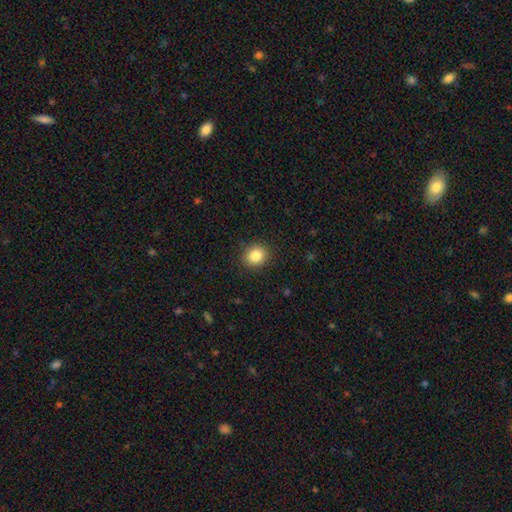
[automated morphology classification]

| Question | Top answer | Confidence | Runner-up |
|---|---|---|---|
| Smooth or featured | smooth | 85% | star or artifact (10%) |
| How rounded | round | 77% | in between (22%) |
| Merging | none | 90% | minor disturbance (7%) |